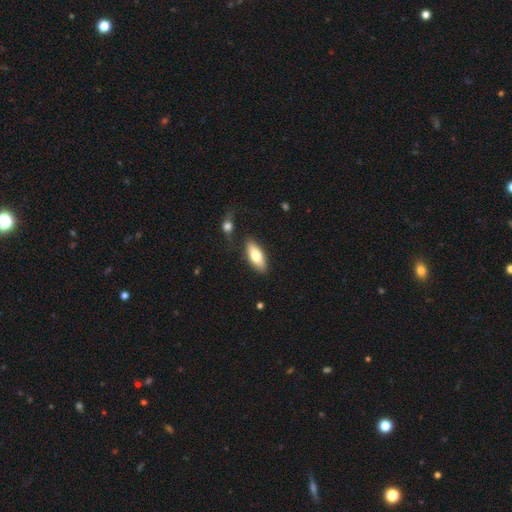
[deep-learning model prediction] Smooth or featured: smooth — 75% (featured or disk — 19%)
How rounded: in between — 77% (cigar-shaped — 21%)
Merging: none — 80% (minor disturbance — 12%)